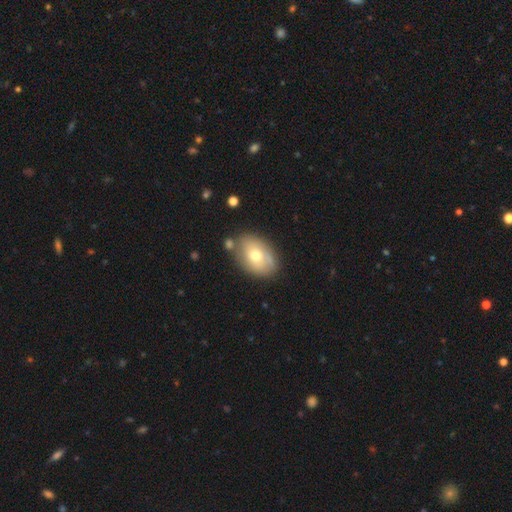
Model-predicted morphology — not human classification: Smooth or featured? smooth (64%)
How rounded? in between (81%)
Merging? none (70%)